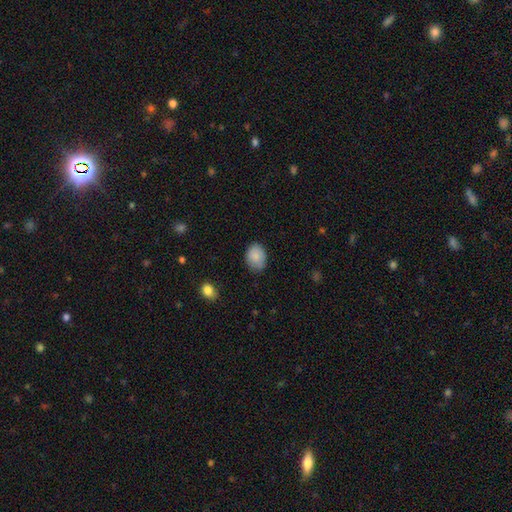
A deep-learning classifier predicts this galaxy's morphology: Smooth or featured: smooth — 86% (star or artifact — 7%)
How rounded: in between — 60% (round — 39%)
Merging: none — 72% (minor disturbance — 23%)